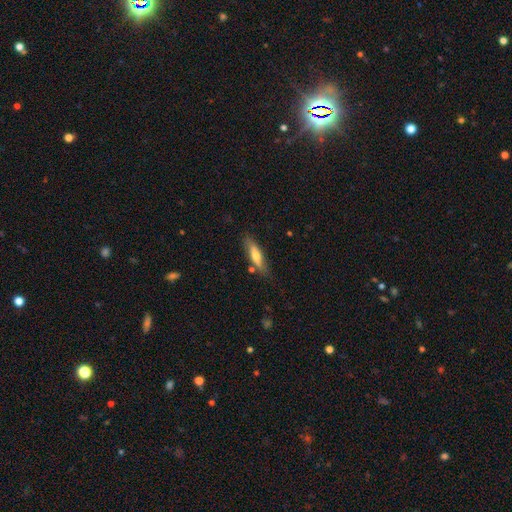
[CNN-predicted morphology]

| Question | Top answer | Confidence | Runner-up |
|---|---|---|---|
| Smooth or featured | smooth | 57% | featured or disk (37%) |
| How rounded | cigar-shaped | 66% | in between (32%) |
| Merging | none | 75% | minor disturbance (16%) |